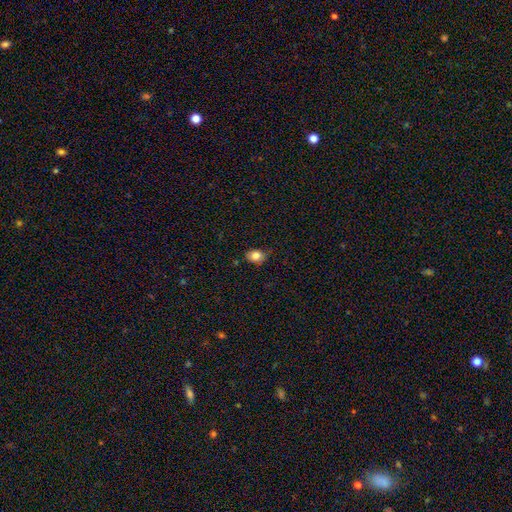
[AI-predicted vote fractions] This appears to be a smooth galaxy with no disk features (83%) that is in between round and cigar-shaped (58%). Merging: none (71%).